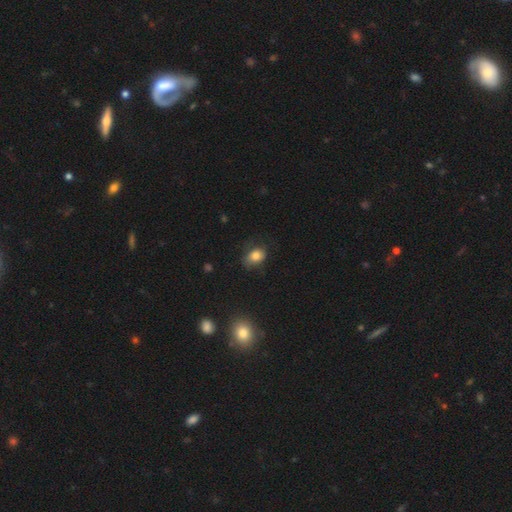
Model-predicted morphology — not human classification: Smooth or featured?
  - smooth: 79% *
  - featured or disk: 12%
  - star or artifact: 10%
How rounded?
  - in between: 70% *
  - round: 29%
  - cigar-shaped: 1%
Merging?
  - none: 59% *
  - minor disturbance: 28%
  - major disturbance: 12%
  - merger: 2%